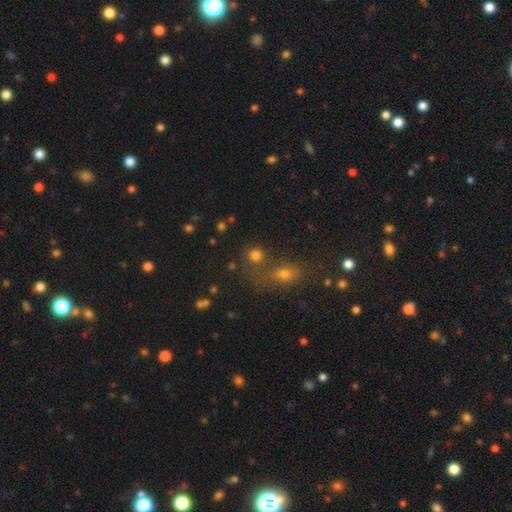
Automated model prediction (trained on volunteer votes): Smooth or featured? smooth (73%)
How rounded? round (83%)
Merging? none (54%)